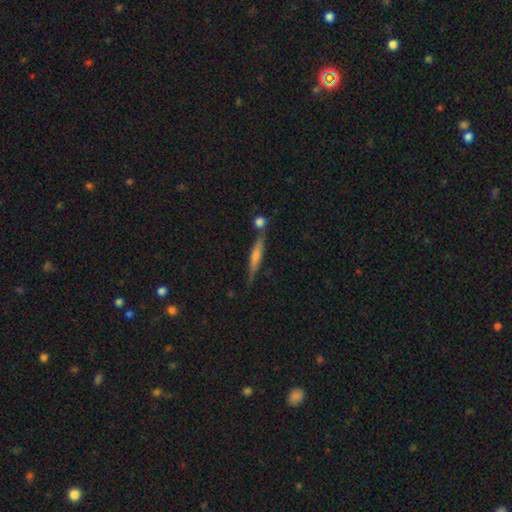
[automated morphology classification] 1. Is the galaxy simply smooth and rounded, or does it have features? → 63% featured or disk, 27% smooth, 10% star or artifact.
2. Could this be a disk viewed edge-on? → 96% yes, 4% no.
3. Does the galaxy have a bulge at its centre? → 65% rounded, 23% none, 13% boxy.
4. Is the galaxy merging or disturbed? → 81% none, 10% minor disturbance, 7% merger, 3% major disturbance.